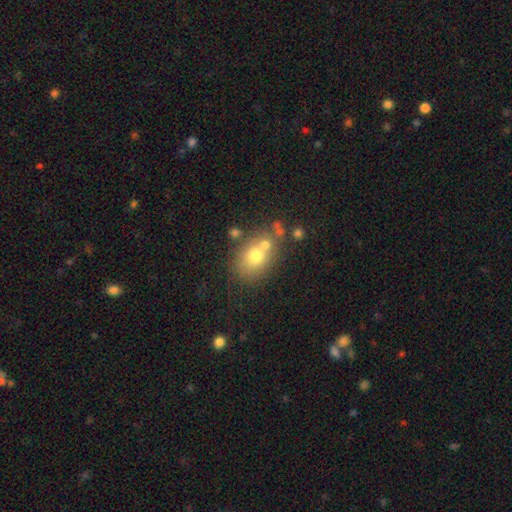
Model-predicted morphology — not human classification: Q: Smooth or featured?
A: smooth (68%); runner-up: featured or disk (20%)
Q: How rounded?
A: in between (53%); runner-up: round (46%)
Q: Merging?
A: none (49%); runner-up: merger (31%)